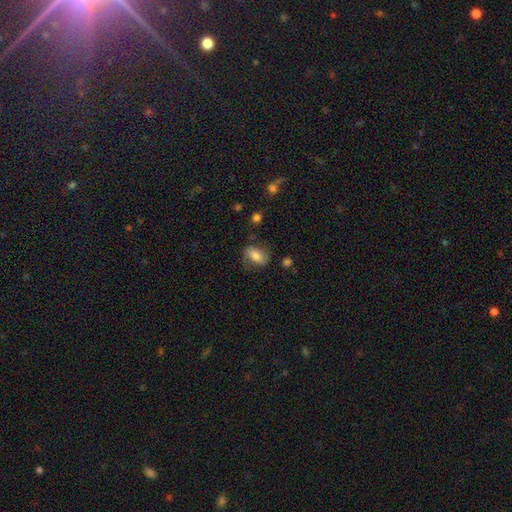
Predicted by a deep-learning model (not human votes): Morphology: type=smooth (69%); roundness=in between (83%); merging=none (68%).